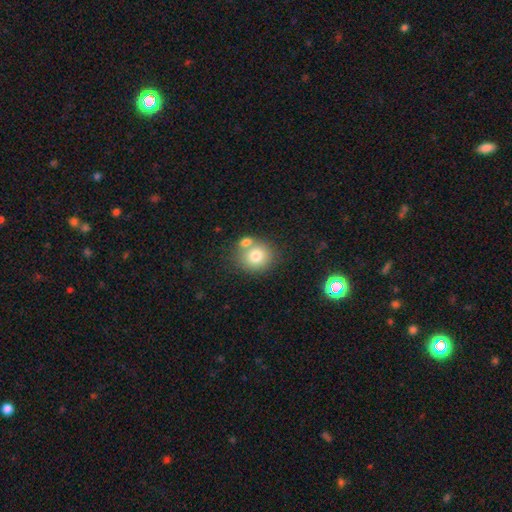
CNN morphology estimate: A smooth galaxy with no disk features (77%) that is round (78%). Merging: none (55%).